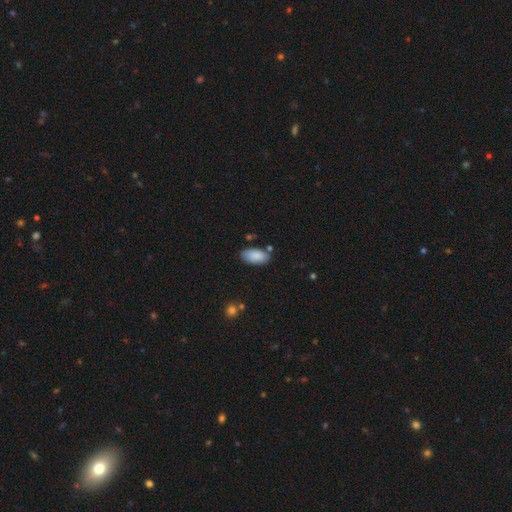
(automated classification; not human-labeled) smooth-or-featured: smooth: 88% | star or artifact: 6% | featured or disk: 5%
  how-rounded: in between: 94% | cigar-shaped: 4% | round: 2%
  merging: none: 78% | minor disturbance: 15% | merger: 5% | major disturbance: 3%